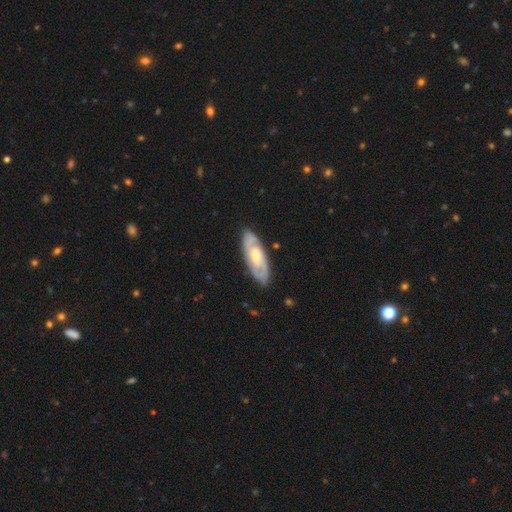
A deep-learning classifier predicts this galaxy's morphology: This is likely a featured or disk galaxy (76%). It is clearly not viewed edge-on (87%). Bar: possibly no (57%). Spiral arm pattern: clearly yes (90%). Spiral arm count: likely 2 (62%). Spiral winding: possibly tight (58%). Central bulge: possibly moderate (57%). Merging: clearly none (84%).